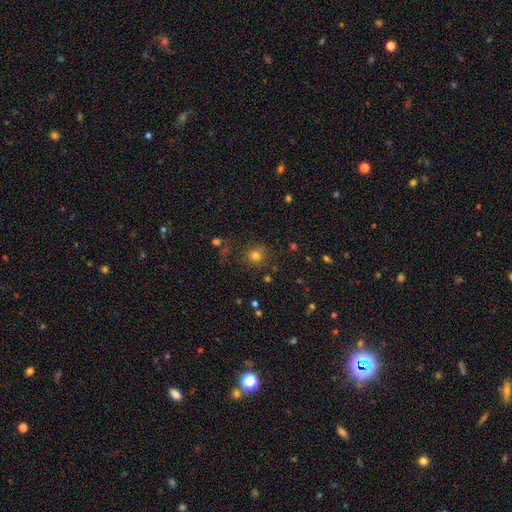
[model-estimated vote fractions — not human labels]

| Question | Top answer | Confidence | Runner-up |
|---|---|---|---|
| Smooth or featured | smooth | 76% | star or artifact (18%) |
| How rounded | round | 89% | in between (10%) |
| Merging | none | 79% | minor disturbance (11%) |